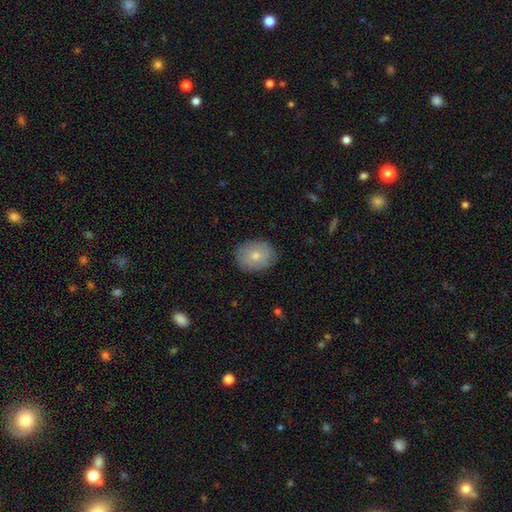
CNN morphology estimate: smooth-or-featured: smooth: 72% | featured or disk: 21% | star or artifact: 7%
  how-rounded: in between: 52% | round: 47% | cigar-shaped: 1%
  merging: none: 85% | minor disturbance: 12% | major disturbance: 3% | merger: 1%